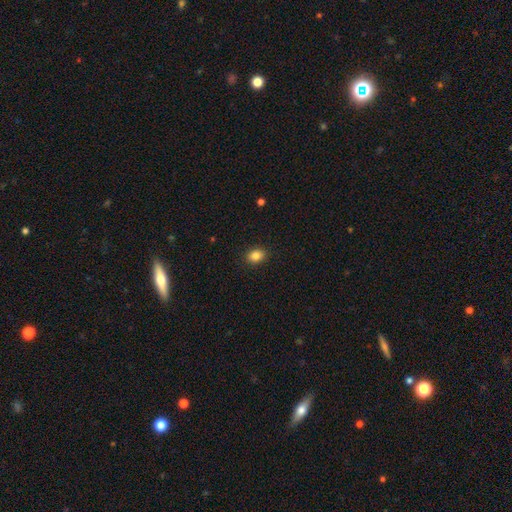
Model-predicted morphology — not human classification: Smooth or featured: smooth — 85% (star or artifact — 10%)
How rounded: in between — 61% (round — 38%)
Merging: none — 90% (minor disturbance — 7%)